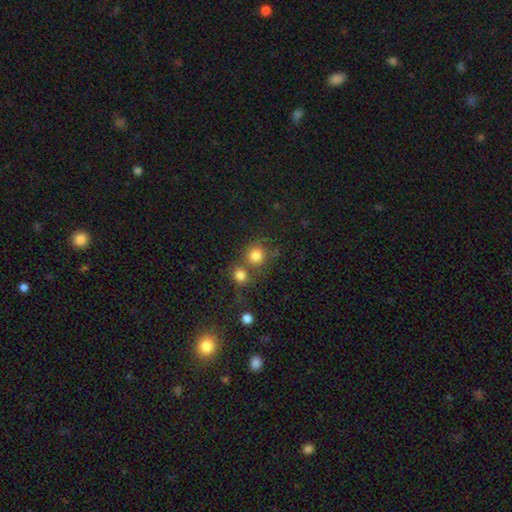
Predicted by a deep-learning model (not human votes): The model was most divided on "merging": none: 54%, merger: 33%, minor disturbance: 9%, major disturbance: 4%. More confident: how rounded — round (87%); smooth or featured — smooth (80%).